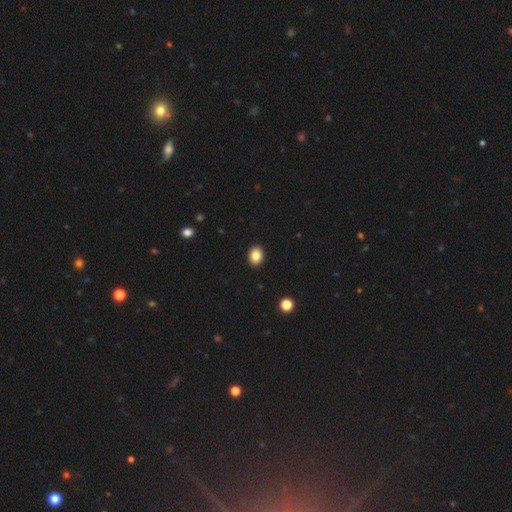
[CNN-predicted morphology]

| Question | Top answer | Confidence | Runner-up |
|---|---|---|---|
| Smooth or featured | smooth | 85% | star or artifact (9%) |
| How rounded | in between | 55% | round (44%) |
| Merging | none | 92% | minor disturbance (6%) |